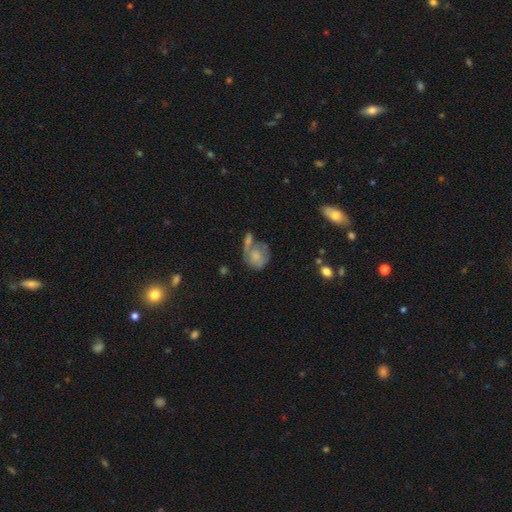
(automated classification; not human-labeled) smooth 53%, featured or disk 39%, star or artifact 8%. Down the decision tree: how rounded — round (65%); merging — none (33%).